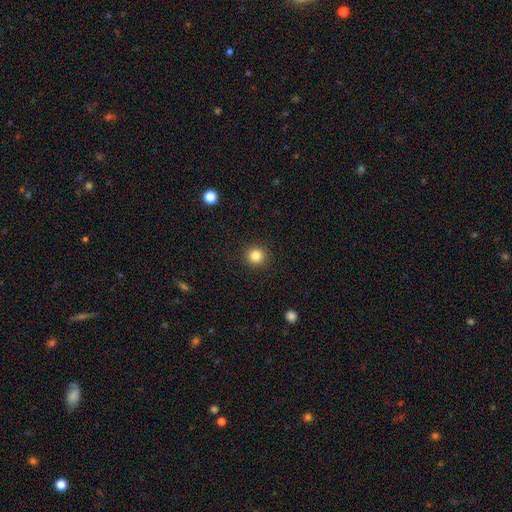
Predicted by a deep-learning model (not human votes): smooth_or_featured: smooth (p=0.84) [alt: star or artifact p=0.11]
how_rounded: round (p=0.94) [alt: in between p=0.05]
merging: none (p=0.92) [alt: minor disturbance p=0.05]